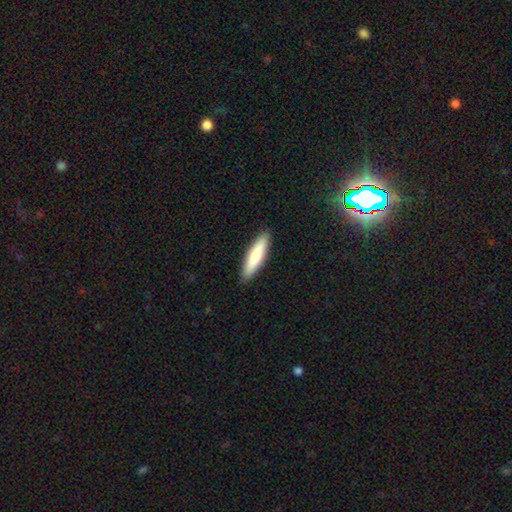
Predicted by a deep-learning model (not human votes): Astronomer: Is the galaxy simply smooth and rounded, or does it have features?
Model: smooth — 80%.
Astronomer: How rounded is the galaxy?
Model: cigar-shaped — 76%.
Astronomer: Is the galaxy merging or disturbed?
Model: none — 90%.